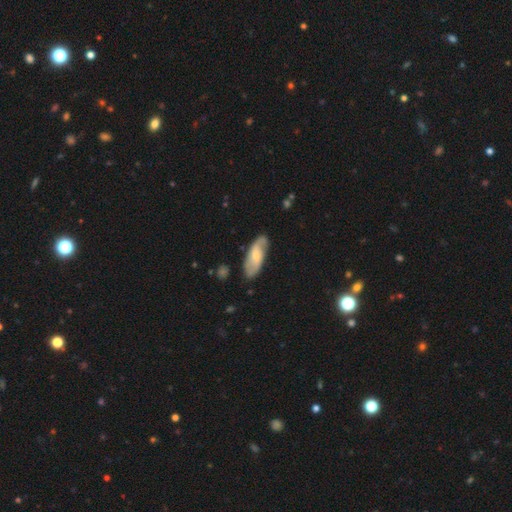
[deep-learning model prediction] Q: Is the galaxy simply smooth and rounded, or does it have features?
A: featured or disk — 54%.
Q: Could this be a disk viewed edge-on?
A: no — 88%.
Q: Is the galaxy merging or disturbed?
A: none — 76%.